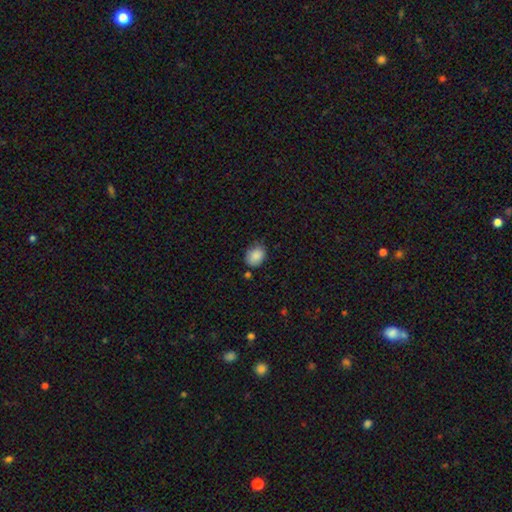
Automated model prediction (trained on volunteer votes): smooth_or_featured: smooth (p=0.86) [alt: star or artifact p=0.08]
how_rounded: in between (p=0.54) [alt: round p=0.45]
merging: none (p=0.66) [alt: minor disturbance p=0.26]